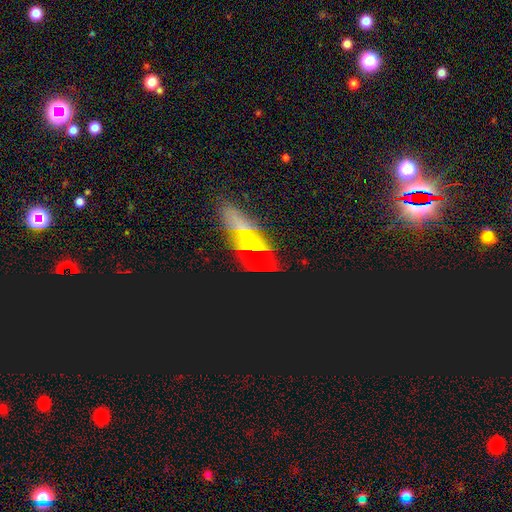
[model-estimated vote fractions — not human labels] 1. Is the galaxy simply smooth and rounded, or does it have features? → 50% star or artifact, 26% featured or disk, 25% smooth.